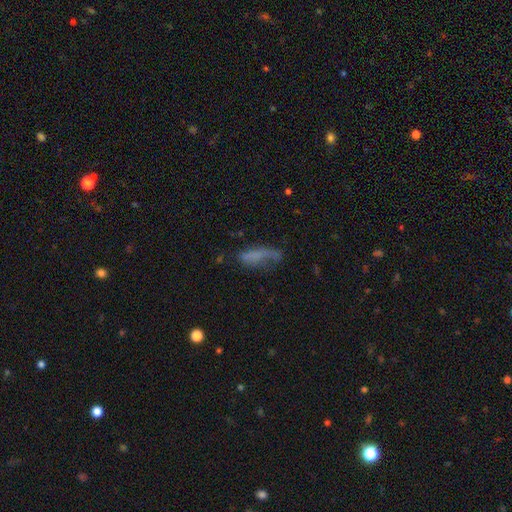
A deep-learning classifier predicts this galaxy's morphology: smooth 57%, featured or disk 29%, star or artifact 14%. Down the decision tree: how rounded — in between (51%); merging — none (36%).